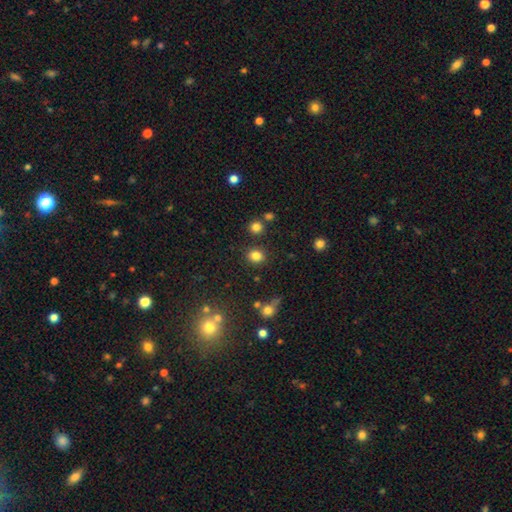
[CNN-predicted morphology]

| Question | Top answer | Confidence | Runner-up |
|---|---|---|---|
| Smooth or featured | smooth | 82% | star or artifact (13%) |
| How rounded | round | 77% | in between (22%) |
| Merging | none | 86% | minor disturbance (7%) |